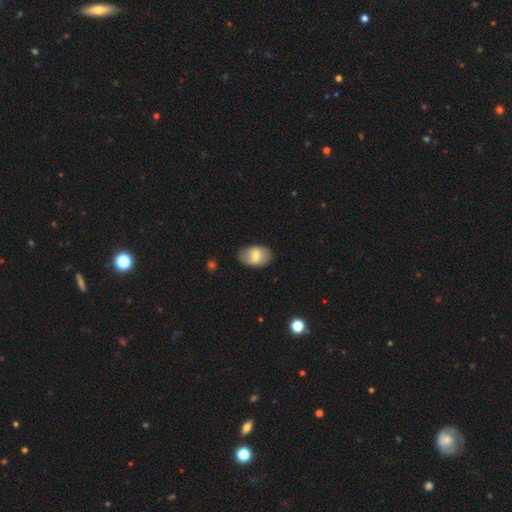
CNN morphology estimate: Q: Smooth or featured?
A: smooth (62%); runner-up: featured or disk (31%)
Q: How rounded?
A: in between (87%); runner-up: round (11%)
Q: Merging?
A: none (81%); runner-up: minor disturbance (14%)